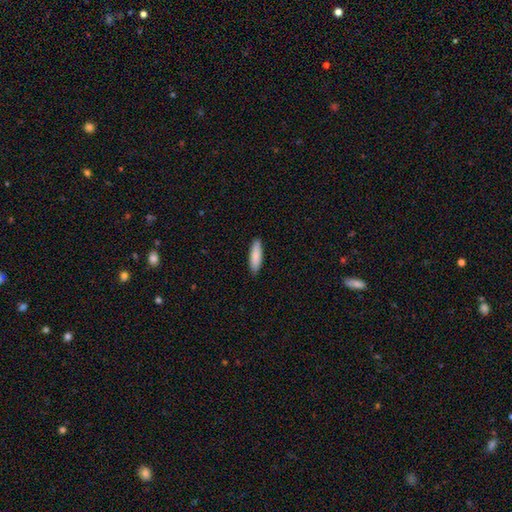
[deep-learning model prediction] Smooth or featured? Predicted: smooth (p=0.87). How rounded? Predicted: cigar-shaped (p=0.55). Merging? Predicted: none (p=0.88).